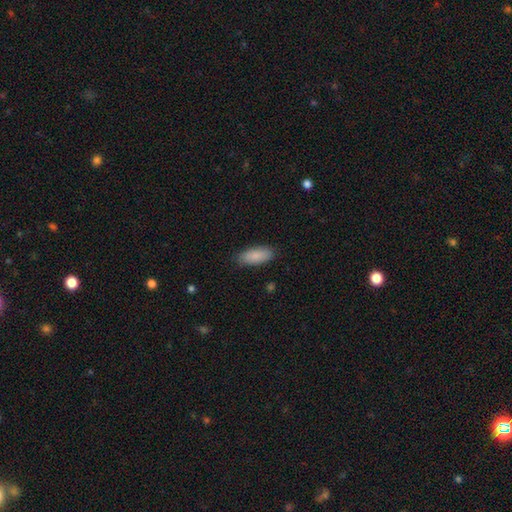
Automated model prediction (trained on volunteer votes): smooth 88%, star or artifact 6%, featured or disk 6%. Down the decision tree: how rounded — in between (82%); merging — none (87%).